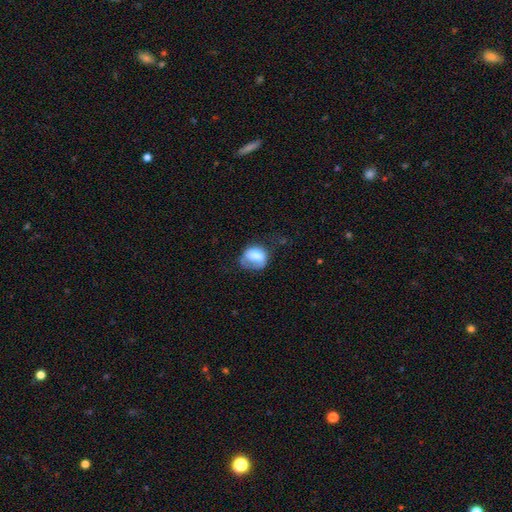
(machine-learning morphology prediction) This is likely a smooth galaxy (71%). How rounded: possibly in between (53%). Merging: marginally none (33%).